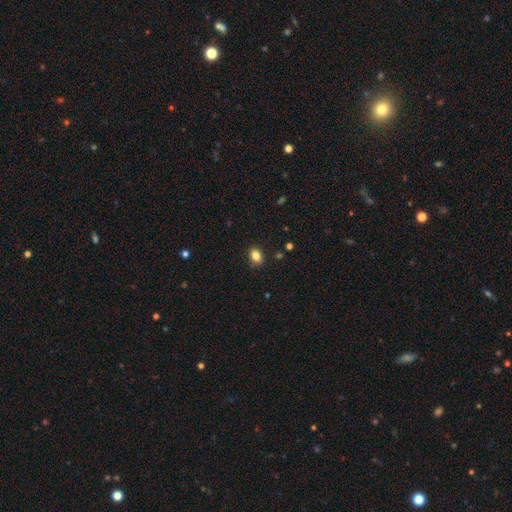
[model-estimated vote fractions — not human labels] Q: Smooth or featured?
A: smooth (84%); runner-up: star or artifact (10%)
Q: How rounded?
A: in between (77%); runner-up: round (22%)
Q: Merging?
A: none (87%); runner-up: minor disturbance (10%)